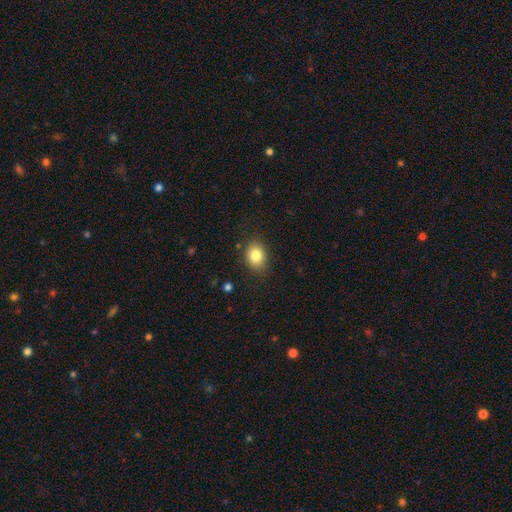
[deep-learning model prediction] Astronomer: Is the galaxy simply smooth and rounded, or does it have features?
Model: smooth — 83%.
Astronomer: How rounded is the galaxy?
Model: in between — 58% (runner-up: round, 41%).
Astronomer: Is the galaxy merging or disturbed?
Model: none — 84%.